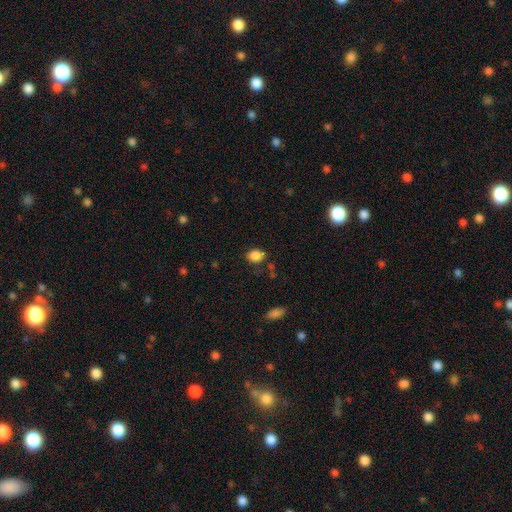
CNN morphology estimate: A smooth galaxy with no disk features (86%) that is in between round and cigar-shaped (55%).

Vote fractions:
- Smooth or featured? smooth: 86% / star or artifact: 10% / featured or disk: 4%
- How rounded? in between: 55% / round: 44% / cigar-shaped: 1%
- Merging? none: 72% / minor disturbance: 19% / major disturbance: 5% / merger: 4%